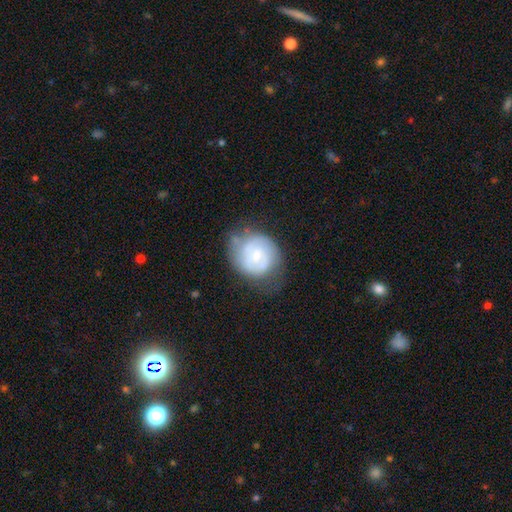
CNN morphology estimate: Smooth or featured? Predicted: featured or disk (p=0.59). Edge-on disk? Predicted: no (p=0.98). Bar? Predicted: no (p=0.57). Spiral arms? Predicted: yes (p=0.76). Bulge size? Predicted: small (p=0.56). Merging? Predicted: none (p=0.52).